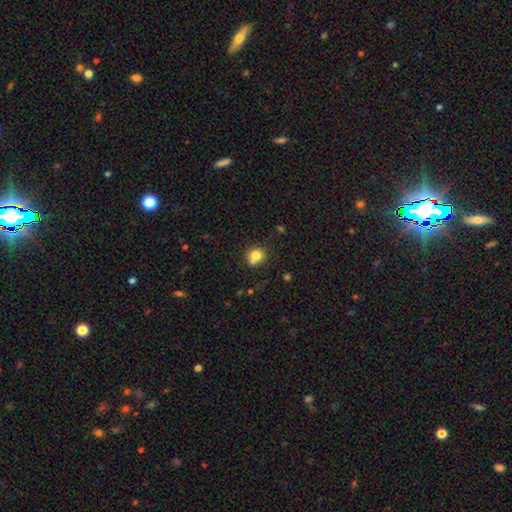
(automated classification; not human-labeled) This is likely a smooth galaxy (78%). How rounded: clearly round (83%). Merging: likely none (60%).